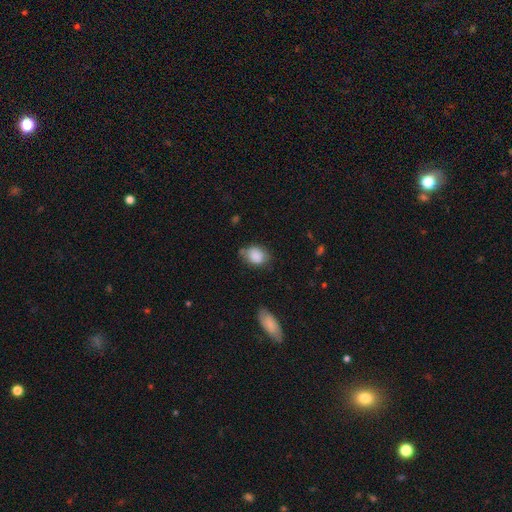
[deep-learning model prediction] Smooth or featured? Predicted: smooth (p=0.85). How rounded? Predicted: in between (p=0.58). Merging? Predicted: none (p=0.59).